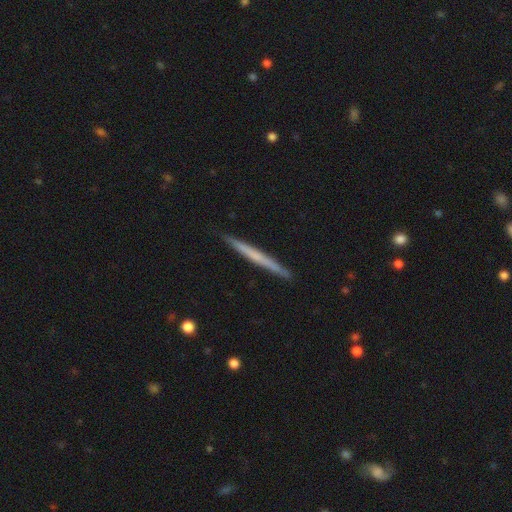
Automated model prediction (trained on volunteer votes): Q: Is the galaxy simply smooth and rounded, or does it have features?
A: smooth — 48%.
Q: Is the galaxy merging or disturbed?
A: none — 92%.